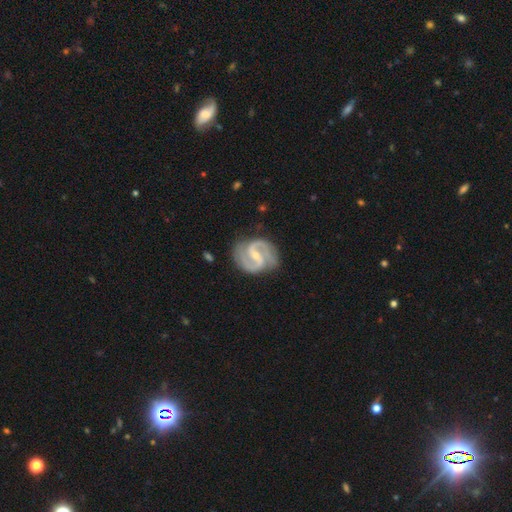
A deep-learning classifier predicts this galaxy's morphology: type=featured or disk (92%); edge-on=no (98%); bar=weak (47%); spiral arms=yes (98%); winding=medium (62%); arm count=2 (93%); bulge=small (65%); merging=none (79%).